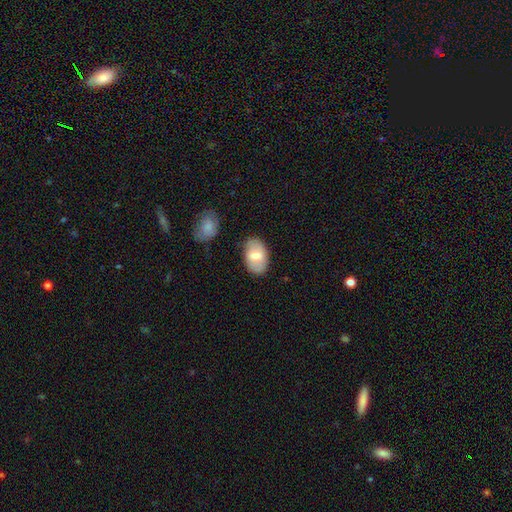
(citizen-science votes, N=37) smooth_or_featured: smooth (p=0.70) [alt: featured or disk p=0.24]
how_rounded: in between (p=1.00)
merging: none (p=0.94) [alt: minor disturbance p=0.06]